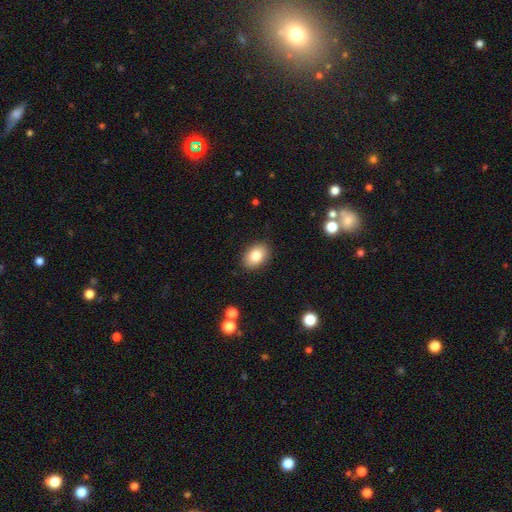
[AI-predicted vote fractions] A smooth galaxy with no disk features (82%) that is in between round and cigar-shaped (81%). Merging: none (88%).